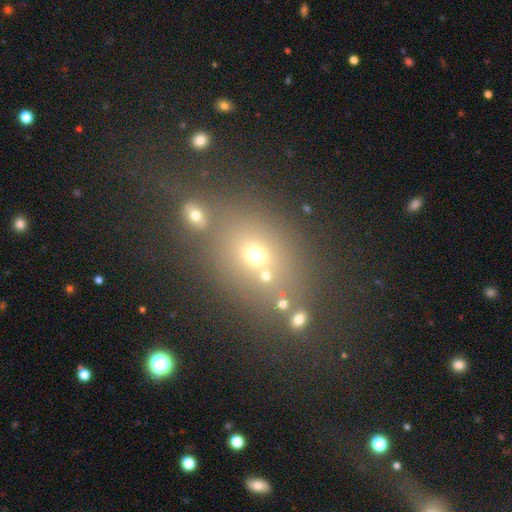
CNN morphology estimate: Smooth or featured: smooth — 52% (star or artifact — 32%)
How rounded: round — 50% (in between — 48%)
Merging: none — 61% (merger — 19%)